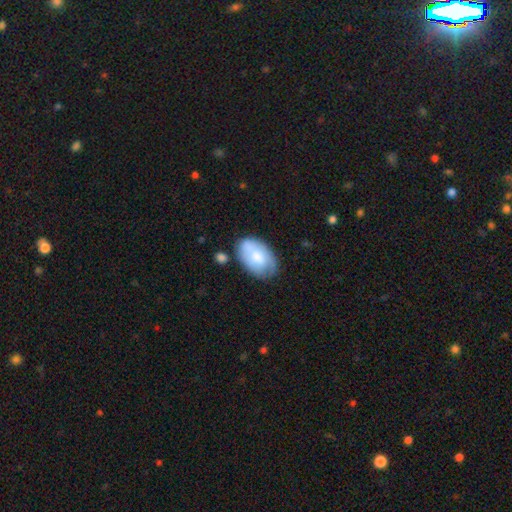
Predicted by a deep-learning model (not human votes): Morphology: type=smooth (68%); roundness=in between (91%); merging=none (64%).